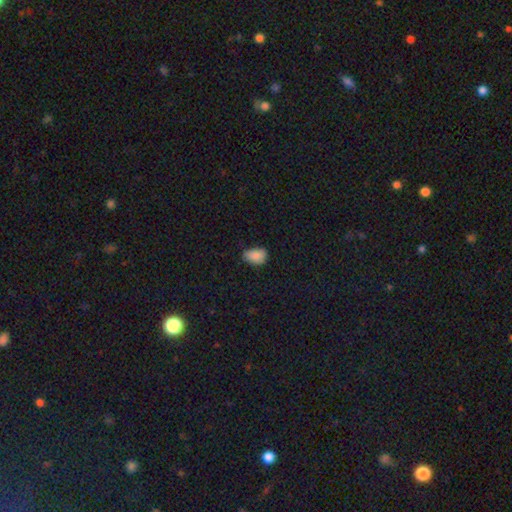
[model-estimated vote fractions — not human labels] Smooth or featured: smooth — 86% (star or artifact — 9%)
How rounded: in between — 86% (round — 13%)
Merging: none — 58% (minor disturbance — 35%)